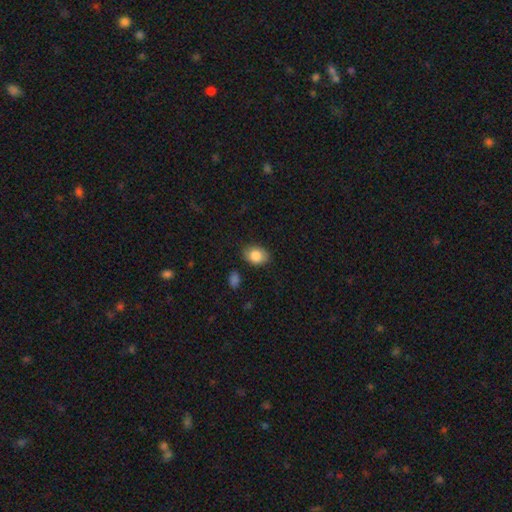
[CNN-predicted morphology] This is clearly a smooth galaxy (85%). How rounded: likely in between (70%). Merging: clearly none (83%).